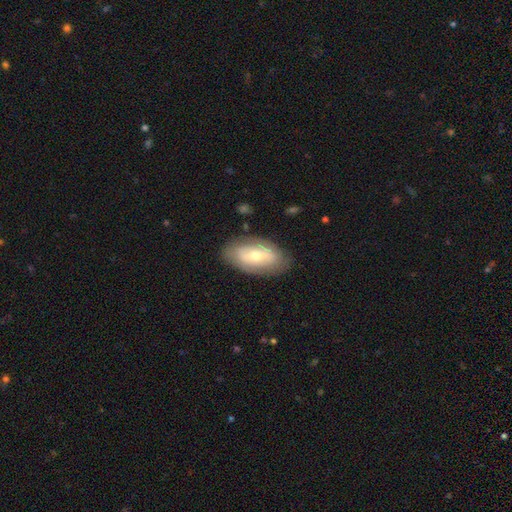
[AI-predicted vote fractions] Smooth or featured?
  - featured or disk: 49% *
  - smooth: 44%
  - star or artifact: 6%
Merging?
  - none: 80% *
  - minor disturbance: 14%
  - major disturbance: 4%
  - merger: 1%